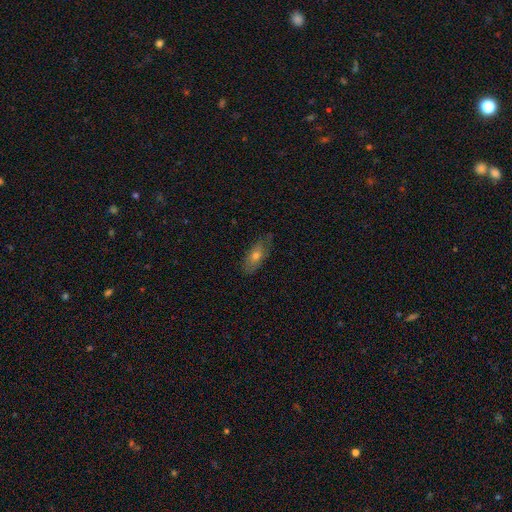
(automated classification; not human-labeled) Overall: smooth (55%; featured or disk 35%). How rounded: in between (75%). Merging: none (73%).